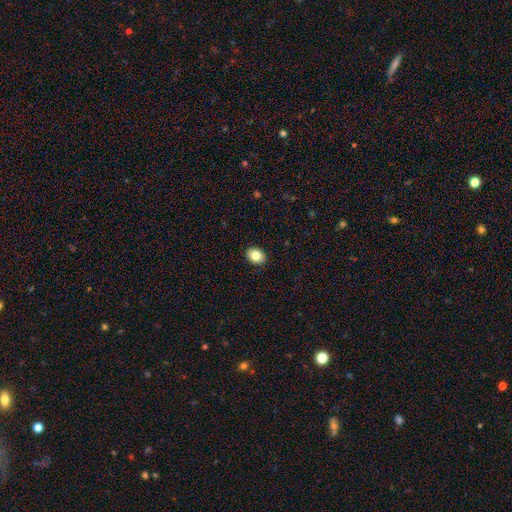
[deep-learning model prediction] The model was most divided on "how rounded": in between: 57%, round: 42%, cigar-shaped: 1%. More confident: merging — none (88%); smooth or featured — smooth (82%).